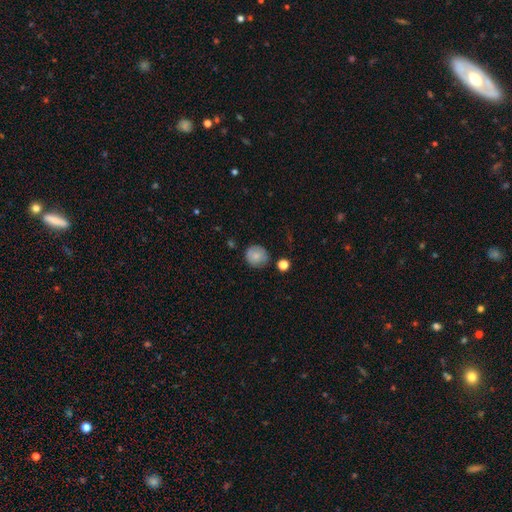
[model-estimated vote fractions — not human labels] Q: Smooth or featured?
A: smooth (80%); runner-up: featured or disk (12%)
Q: How rounded?
A: round (89%); runner-up: in between (10%)
Q: Merging?
A: none (78%); runner-up: minor disturbance (15%)